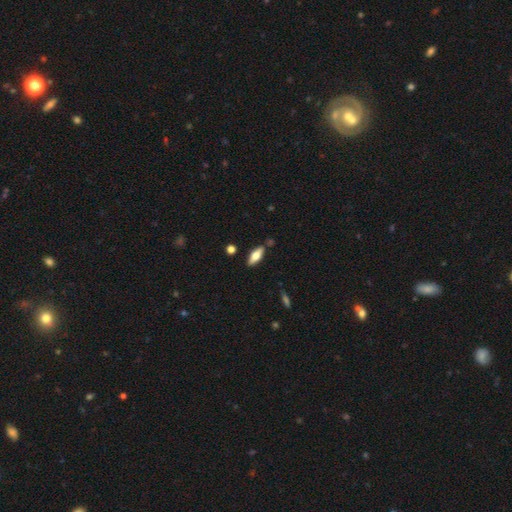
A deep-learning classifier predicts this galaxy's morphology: type=smooth (66%); roundness=in between (71%); merging=none (82%).